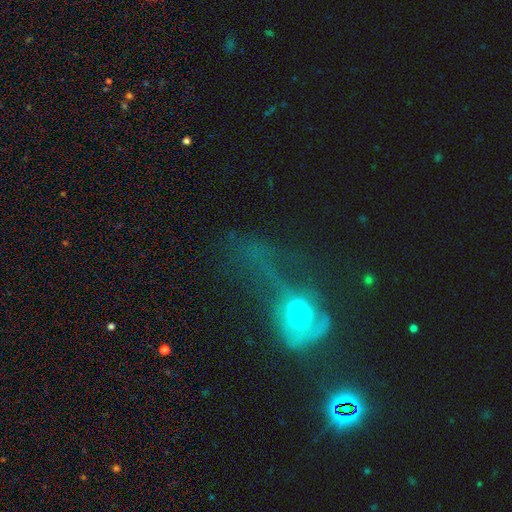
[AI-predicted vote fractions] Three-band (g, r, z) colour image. It shows a featured or disk galaxy (38%). Merging: major disturbance (52%).